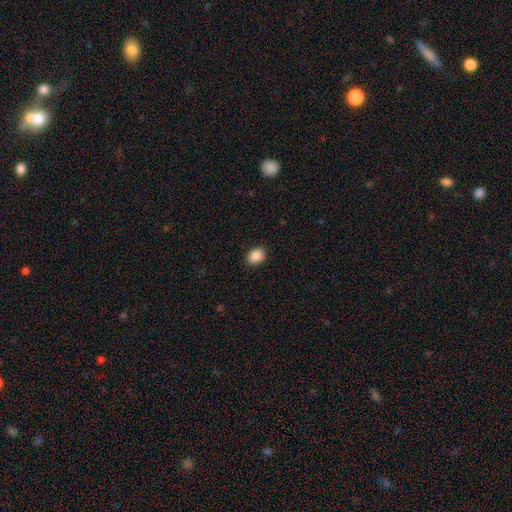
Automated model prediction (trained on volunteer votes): A smooth galaxy with no disk features (89%) that is in between round and cigar-shaped (60%).

Vote fractions:
- Smooth or featured? smooth: 89% / star or artifact: 8% / featured or disk: 3%
- How rounded? in between: 60% / round: 39% / cigar-shaped: 1%
- Merging? none: 90% / minor disturbance: 7% / major disturbance: 2% / merger: 1%